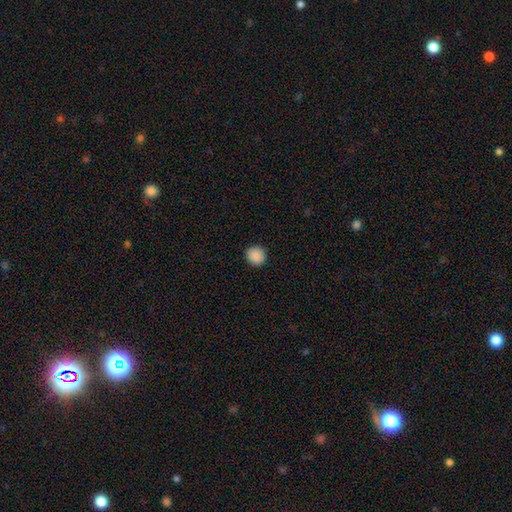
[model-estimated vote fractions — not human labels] Smooth or featured?
  - smooth: 89% *
  - star or artifact: 8%
  - featured or disk: 2%
How rounded?
  - round: 89% *
  - in between: 10%
  - cigar-shaped: 1%
Merging?
  - none: 91% *
  - minor disturbance: 6%
  - major disturbance: 2%
  - merger: 1%